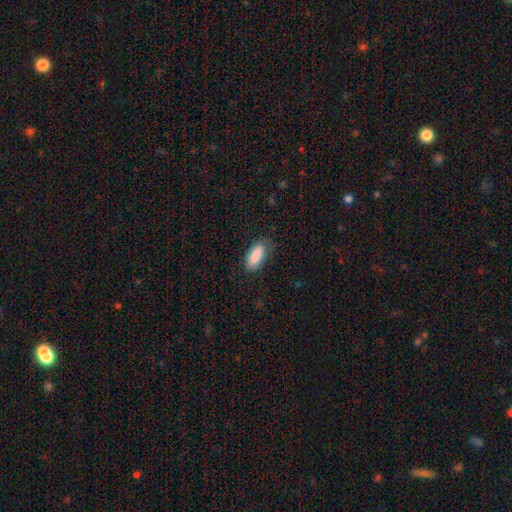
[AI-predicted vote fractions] Q: Smooth or featured?
A: smooth (88%); runner-up: star or artifact (6%)
Q: How rounded?
A: in between (86%); runner-up: cigar-shaped (12%)
Q: Merging?
A: none (75%); runner-up: minor disturbance (19%)